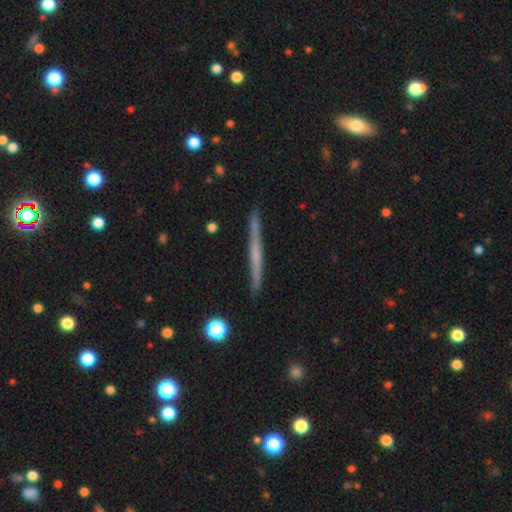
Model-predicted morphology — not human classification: The model was most divided on "smooth or featured": featured or disk: 55%, smooth: 38%, star or artifact: 6%. More confident: edge-on disk — yes (97%); merging — none (89%); edge-on bulge — none (80%).